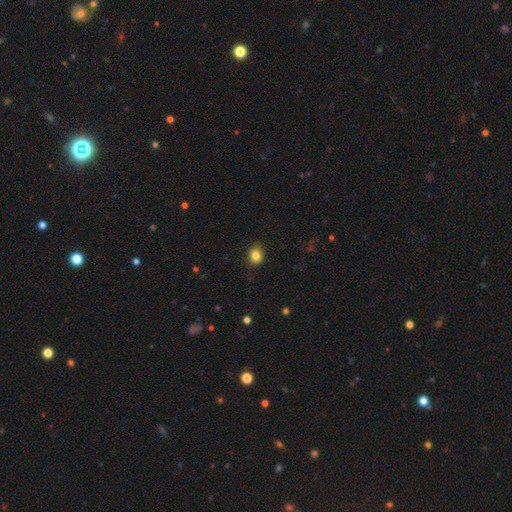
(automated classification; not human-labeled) A smooth galaxy with no disk features (84%) that is round (60%). Merging: none (89%).